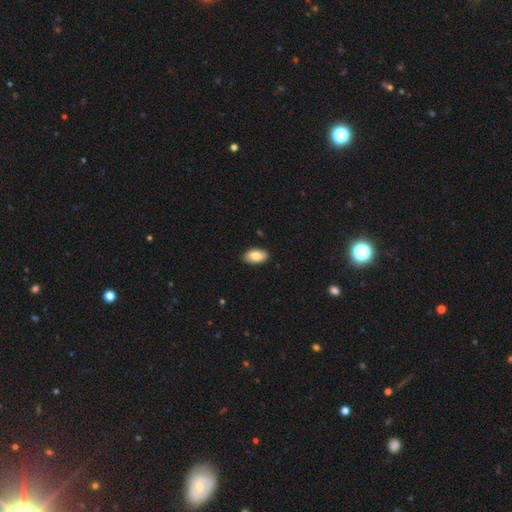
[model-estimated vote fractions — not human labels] This appears to be a smooth galaxy with no disk features (83%) that is in between round and cigar-shaped (94%). Merging: none (87%).